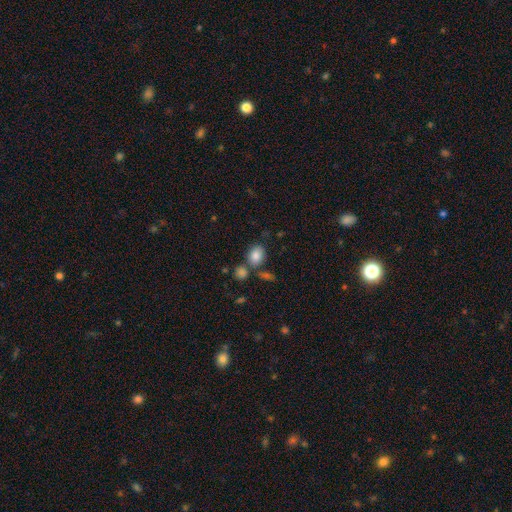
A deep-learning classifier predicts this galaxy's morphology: Overall: smooth (83%). How rounded: in between (66%; round 33%). Merging: none (64%).